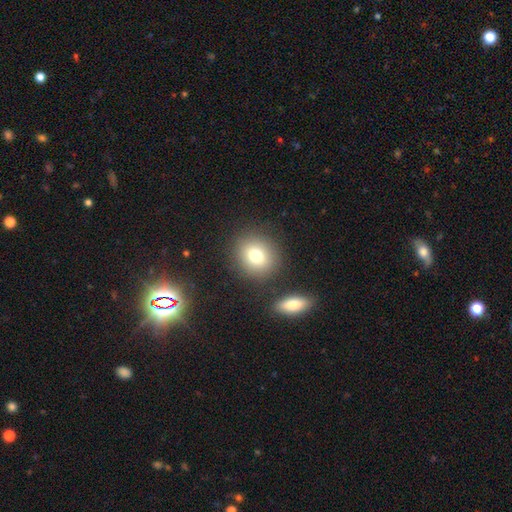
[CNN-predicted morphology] type=smooth (77%); roundness=round (75%); merging=none (82%).